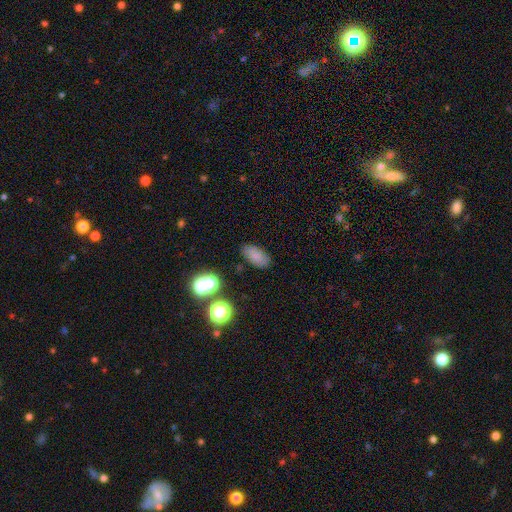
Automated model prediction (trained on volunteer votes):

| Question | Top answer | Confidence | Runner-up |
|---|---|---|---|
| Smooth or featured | smooth | 77% | star or artifact (13%) |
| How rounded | in between | 90% | round (5%) |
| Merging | none | 81% | minor disturbance (12%) |